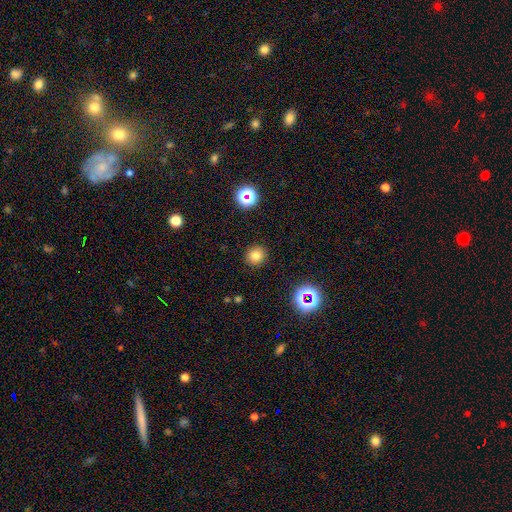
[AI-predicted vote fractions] Q: Smooth or featured?
A: smooth (76%); runner-up: star or artifact (16%)
Q: How rounded?
A: round (89%); runner-up: in between (10%)
Q: Merging?
A: none (91%); runner-up: minor disturbance (6%)